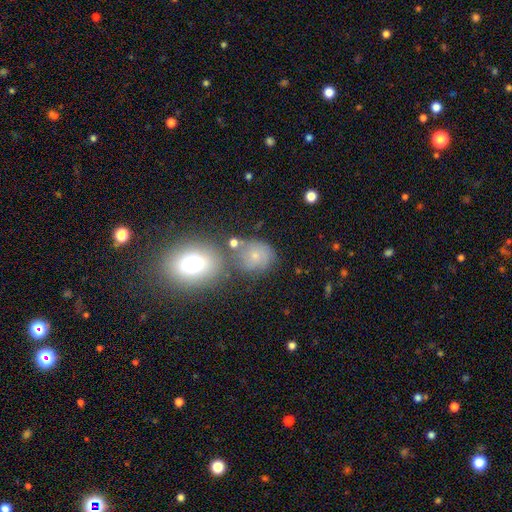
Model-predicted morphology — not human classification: Smooth or featured: smooth — 55% (featured or disk — 29%)
How rounded: round — 71% (in between — 28%)
Merging: none — 47% (merger — 23%)